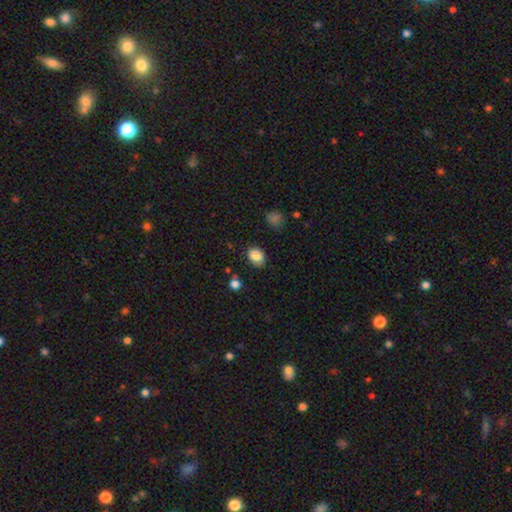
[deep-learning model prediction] Morphology: type=smooth (85%); roundness=in between (65%); merging=none (78%).